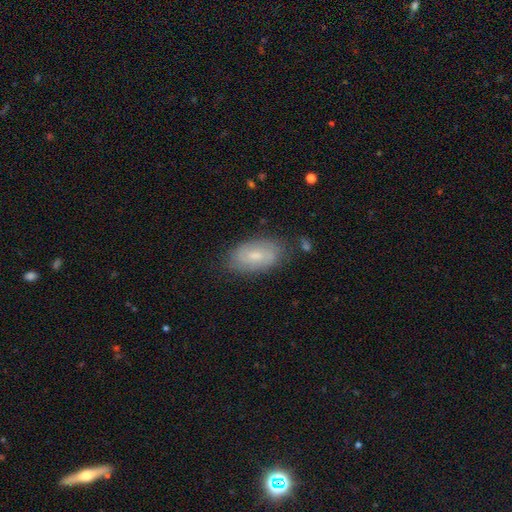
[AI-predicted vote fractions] Morphology: type=smooth (52%); roundness=in between (92%); merging=none (76%).